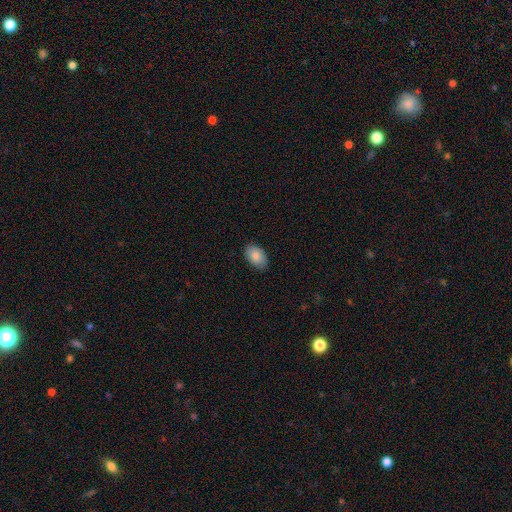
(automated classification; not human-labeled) Smooth or featured? smooth (85%)
How rounded? in between (91%)
Merging? none (85%)